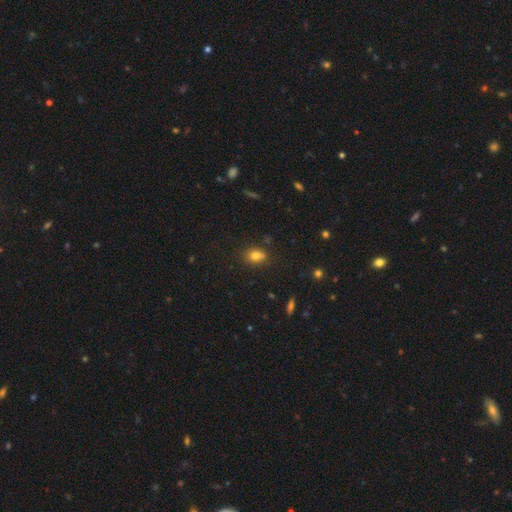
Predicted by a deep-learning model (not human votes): A smooth galaxy with no disk features (79%) that is in between round and cigar-shaped (68%). Merging: none (72%).